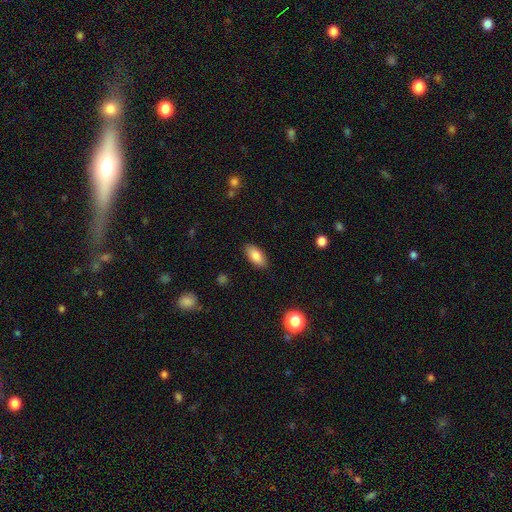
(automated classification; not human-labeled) Smooth or featured?
  - smooth: 85% *
  - featured or disk: 8%
  - star or artifact: 7%
How rounded?
  - in between: 90% *
  - cigar-shaped: 7%
  - round: 3%
Merging?
  - none: 87% *
  - minor disturbance: 9%
  - major disturbance: 2%
  - merger: 1%